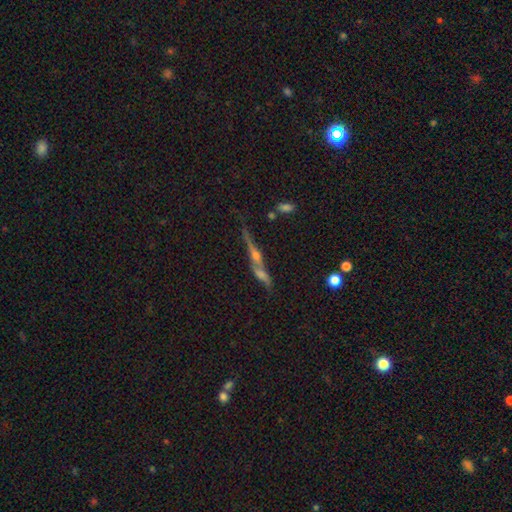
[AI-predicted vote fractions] smooth-or-featured: featured or disk: 62% | smooth: 22% | star or artifact: 16%
  disk-edge-on: yes: 82% | no: 18%
    edge-on-bulge: rounded: 77% | none: 14% | boxy: 9%
  merging: none: 41% | merger: 39% | minor disturbance: 12% | major disturbance: 8%